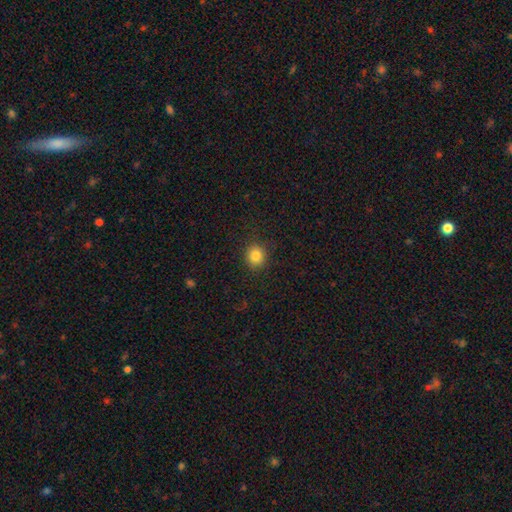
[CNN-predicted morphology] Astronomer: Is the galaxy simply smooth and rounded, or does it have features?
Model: smooth — 84%.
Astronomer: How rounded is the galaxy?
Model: round — 87%.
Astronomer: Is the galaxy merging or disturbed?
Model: none — 90%.